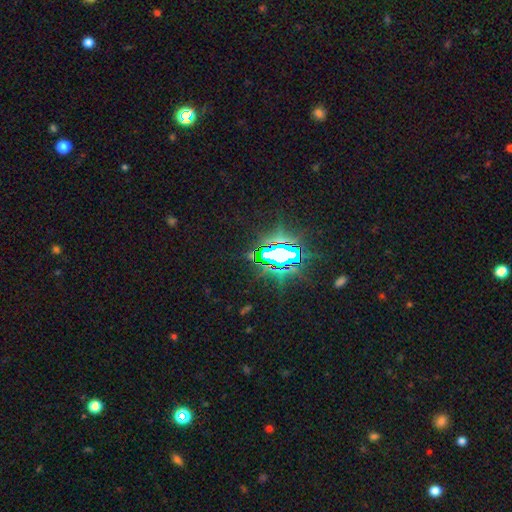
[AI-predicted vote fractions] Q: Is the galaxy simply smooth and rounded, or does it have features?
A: star or artifact — 78%.